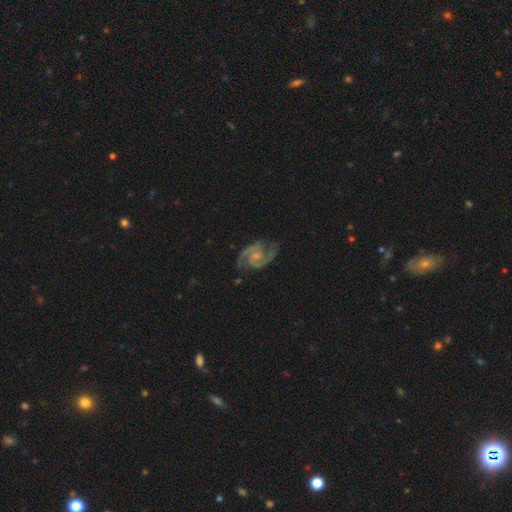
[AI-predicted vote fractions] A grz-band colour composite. It shows a featured or disk galaxy (91%) with no bar (55%), 2 (90%) medium (60%) spiral arms (98%) and a small central bulge (59%). Merging: none (74%).